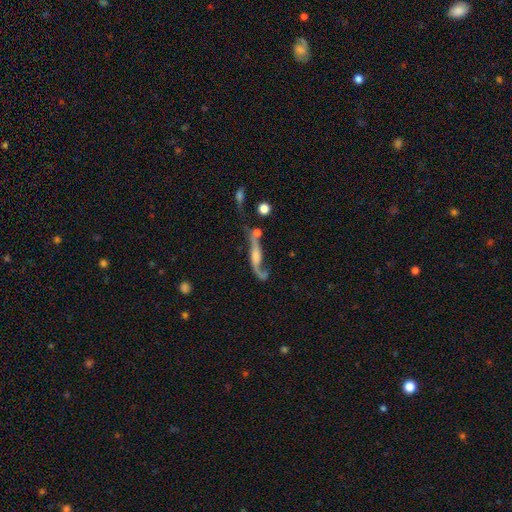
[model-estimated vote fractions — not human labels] smooth_or_featured: featured or disk (p=0.71) [alt: smooth p=0.20]
disk_edge_on: no (p=0.65) [alt: yes p=0.35]
merging: none (p=0.33) [alt: merger p=0.27]